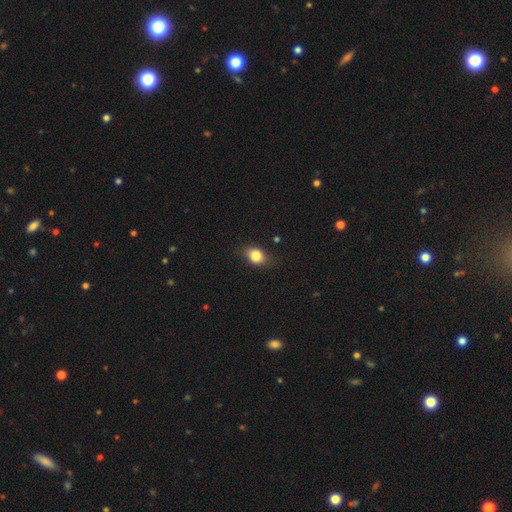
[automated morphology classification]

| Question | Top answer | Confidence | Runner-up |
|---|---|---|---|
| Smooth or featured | smooth | 82% | star or artifact (9%) |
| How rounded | in between | 54% | round (44%) |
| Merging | none | 75% | minor disturbance (19%) |